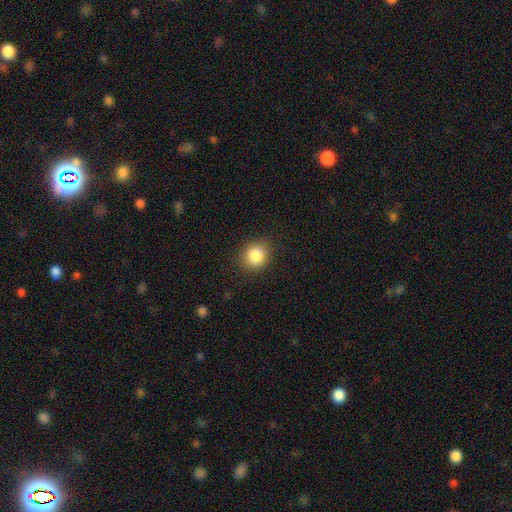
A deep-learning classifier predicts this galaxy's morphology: smooth_or_featured: smooth (p=0.85) [alt: star or artifact p=0.10]
how_rounded: round (p=0.82) [alt: in between p=0.17]
merging: none (p=0.86) [alt: minor disturbance p=0.10]